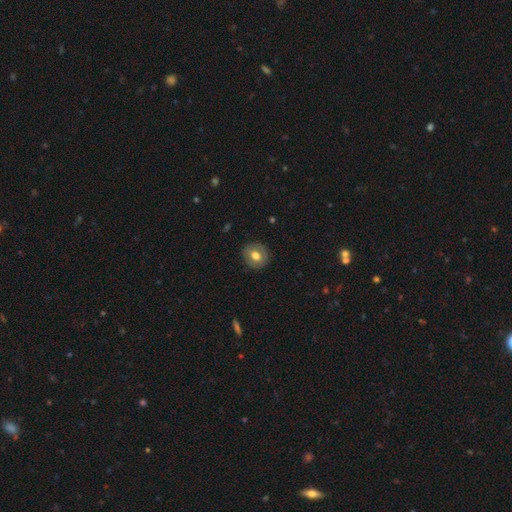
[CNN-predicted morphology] Smooth or featured: smooth — 65% (featured or disk — 28%)
How rounded: round — 82% (in between — 17%)
Merging: none — 86% (minor disturbance — 10%)